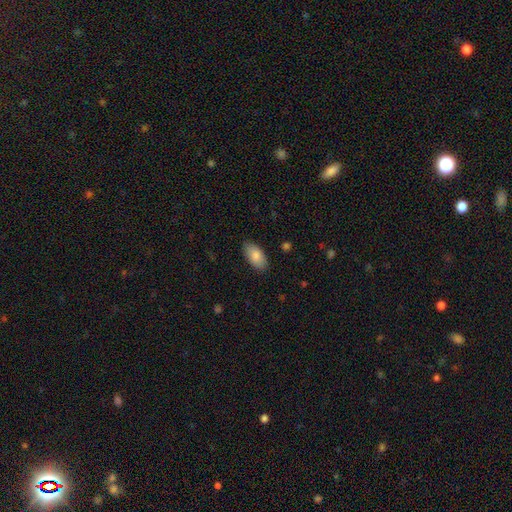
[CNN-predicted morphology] Smooth or featured?
  - smooth: 85% *
  - featured or disk: 9%
  - star or artifact: 6%
How rounded?
  - in between: 94% *
  - cigar-shaped: 3%
  - round: 3%
Merging?
  - none: 87% *
  - minor disturbance: 10%
  - major disturbance: 2%
  - merger: 1%